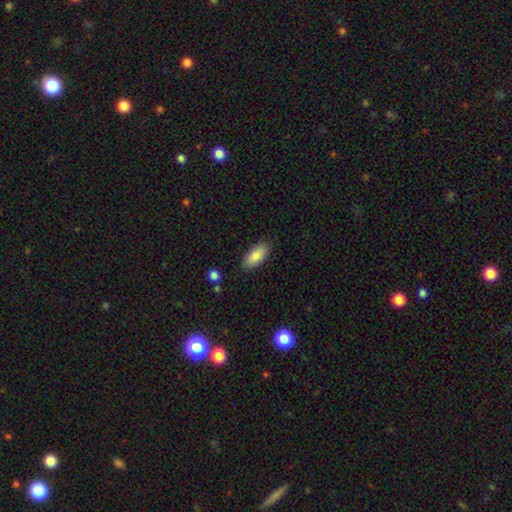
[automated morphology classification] The model was most divided on "merging": none: 84%, minor disturbance: 12%, major disturbance: 2%, merger: 1%. More confident: how rounded — in between (89%); smooth or featured — smooth (85%).